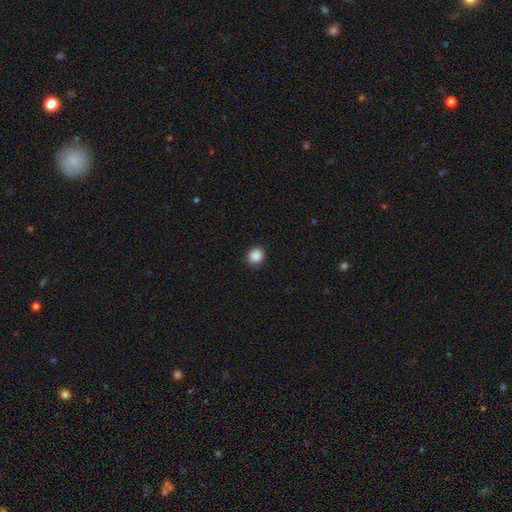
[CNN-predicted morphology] This is clearly a smooth galaxy (88%). How rounded: clearly round (85%). Merging: clearly none (87%).